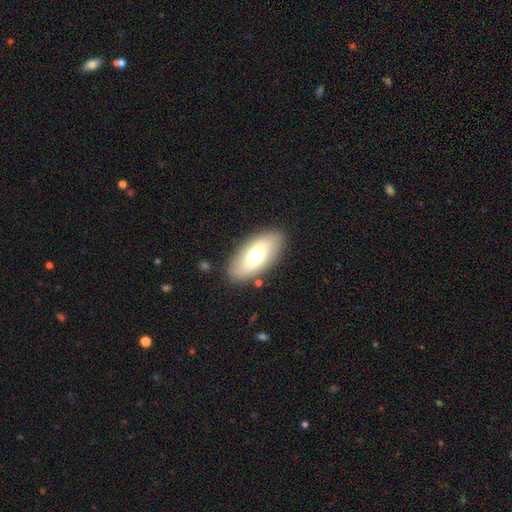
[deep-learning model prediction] smooth-or-featured: smooth: 64% | featured or disk: 28% | star or artifact: 8%
  how-rounded: in between: 89% | cigar-shaped: 7% | round: 4%
  merging: none: 85% | minor disturbance: 10% | major disturbance: 4% | merger: 2%